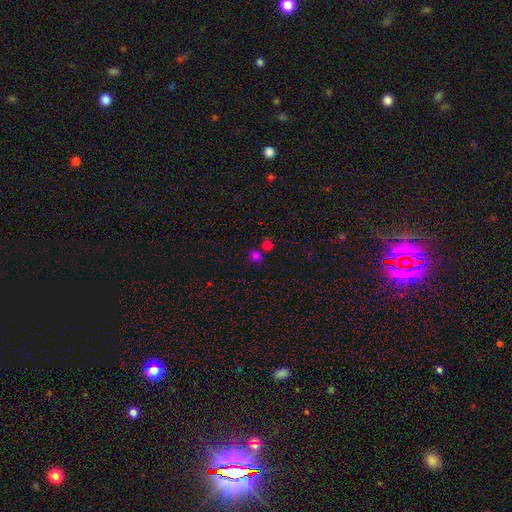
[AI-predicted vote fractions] Smooth or featured?
  - smooth: 76% *
  - star or artifact: 19%
  - featured or disk: 6%
How rounded?
  - round: 85% *
  - in between: 14%
  - cigar-shaped: 1%
Merging?
  - none: 70% *
  - merger: 19%
  - minor disturbance: 9%
  - major disturbance: 3%